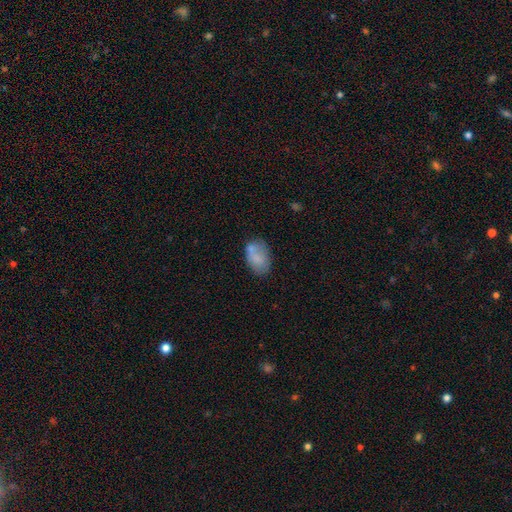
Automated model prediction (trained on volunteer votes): Smooth or featured?
  - smooth: 74% *
  - featured or disk: 17%
  - star or artifact: 8%
How rounded?
  - in between: 88% *
  - round: 11%
  - cigar-shaped: 1%
Merging?
  - none: 53% *
  - minor disturbance: 22%
  - merger: 17%
  - major disturbance: 8%